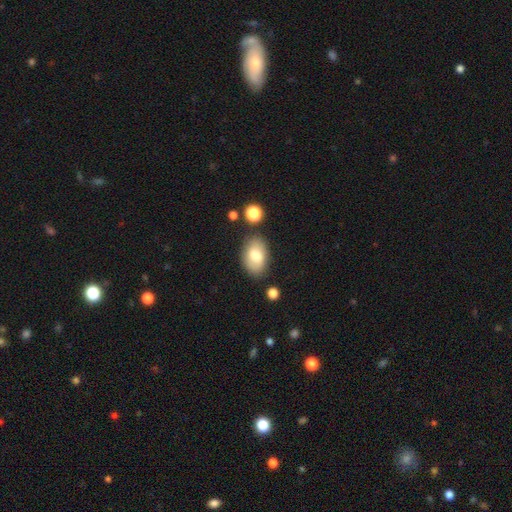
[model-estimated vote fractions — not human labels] Overall: smooth (75%). How rounded: in between (90%). Merging: none (78%).